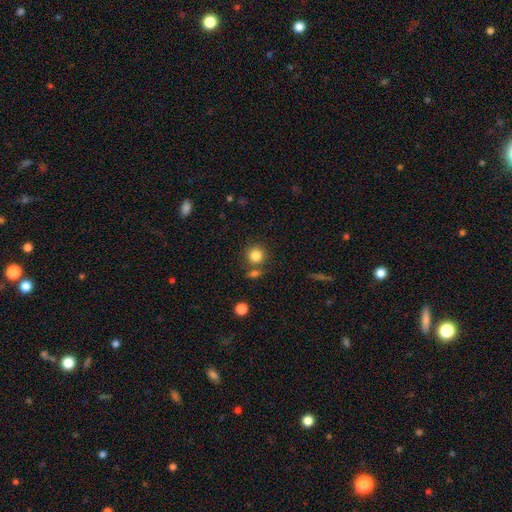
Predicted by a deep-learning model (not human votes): Q: Smooth or featured?
A: smooth (83%); runner-up: star or artifact (11%)
Q: How rounded?
A: round (91%); runner-up: in between (8%)
Q: Merging?
A: none (72%); runner-up: merger (16%)